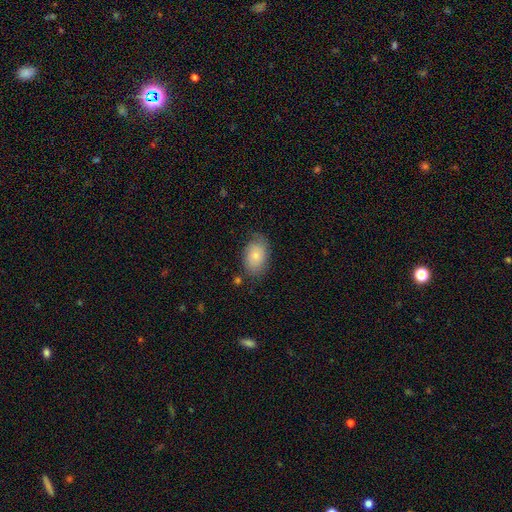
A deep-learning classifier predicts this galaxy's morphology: Smooth or featured?
  - smooth: 76% *
  - featured or disk: 17%
  - star or artifact: 7%
How rounded?
  - in between: 88% *
  - round: 11%
  - cigar-shaped: 1%
Merging?
  - none: 72% *
  - minor disturbance: 21%
  - major disturbance: 5%
  - merger: 2%